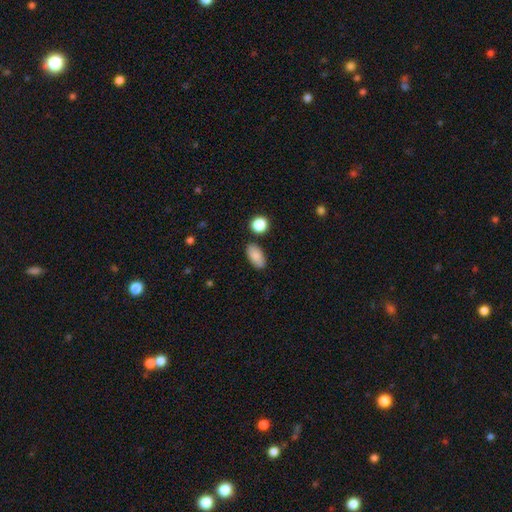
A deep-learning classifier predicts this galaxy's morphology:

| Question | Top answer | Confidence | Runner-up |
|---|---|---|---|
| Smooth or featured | smooth | 87% | star or artifact (7%) |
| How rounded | in between | 91% | cigar-shaped (5%) |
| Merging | none | 85% | minor disturbance (10%) |